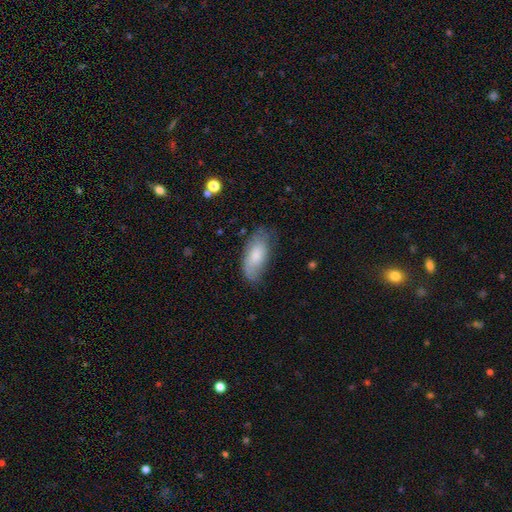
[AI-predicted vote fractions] A smooth galaxy with no disk features (70%) that is in between round and cigar-shaped (90%).

Vote fractions:
- Smooth or featured? smooth: 70% / featured or disk: 23% / star or artifact: 7%
- How rounded? in between: 90% / cigar-shaped: 8% / round: 3%
- Merging? none: 64% / minor disturbance: 26% / major disturbance: 8% / merger: 2%